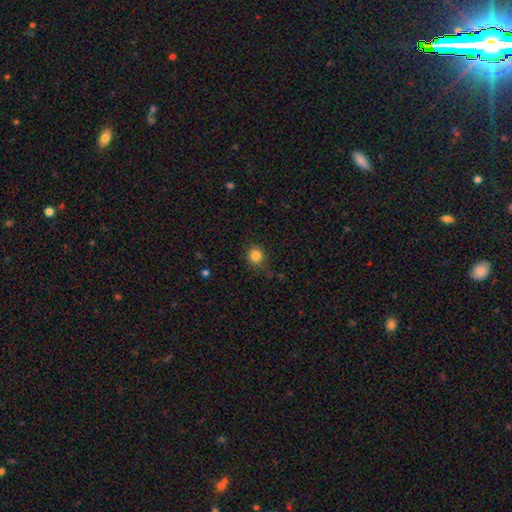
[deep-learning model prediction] This is clearly a smooth galaxy (84%). How rounded: clearly round (89%). Merging: likely none (76%).